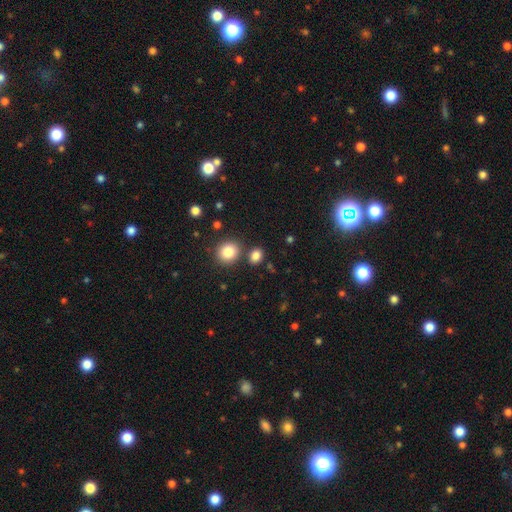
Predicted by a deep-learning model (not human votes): smooth 84%, star or artifact 11%, featured or disk 5%. Down the decision tree: how rounded — in between (51%); merging — none (75%).